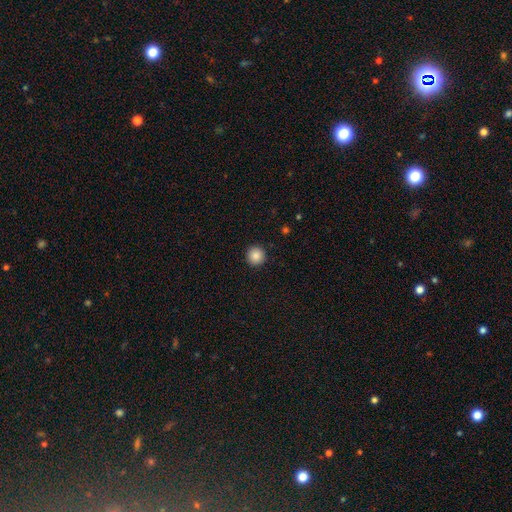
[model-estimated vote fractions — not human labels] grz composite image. It shows a smooth galaxy with no disk features (87%) that is round (95%). Merging: none (93%).